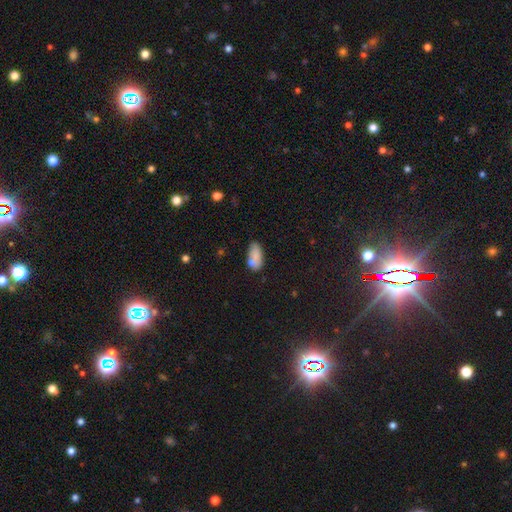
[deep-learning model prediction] This is likely a smooth galaxy (79%). How rounded: clearly in between (90%). Merging: possibly none (53%).